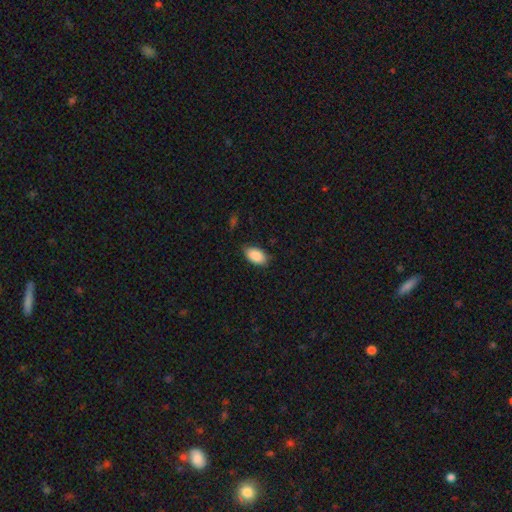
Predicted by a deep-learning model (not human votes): A smooth galaxy with no disk features (89%) that is in between round and cigar-shaped (94%). Merging: none (81%).